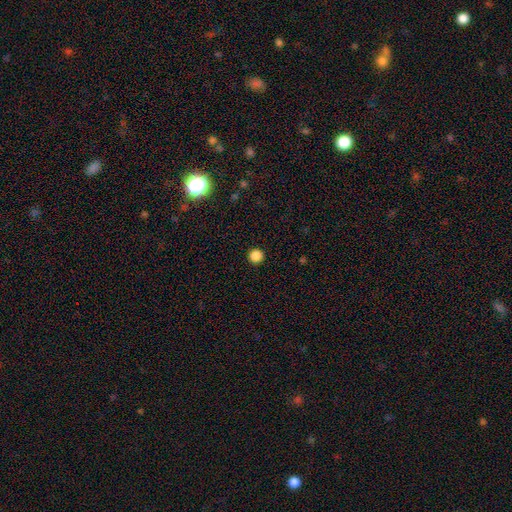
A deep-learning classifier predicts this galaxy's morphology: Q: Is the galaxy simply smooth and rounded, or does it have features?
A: smooth — 86%.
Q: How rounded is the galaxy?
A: round — 95%.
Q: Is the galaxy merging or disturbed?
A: none — 93%.